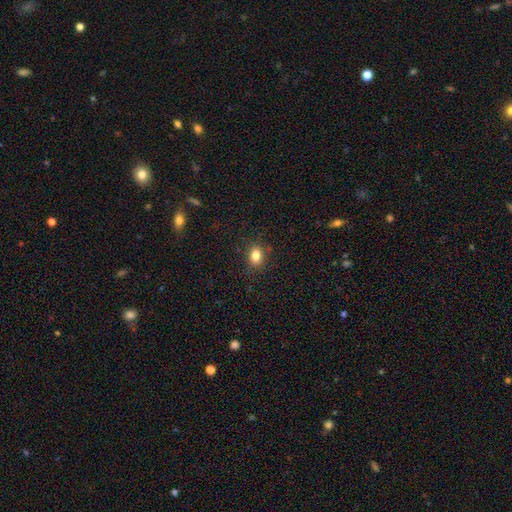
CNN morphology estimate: smooth_or_featured: smooth (p=0.83) [alt: star or artifact p=0.11]
how_rounded: in between (p=0.62) [alt: round p=0.36]
merging: none (p=0.85) [alt: minor disturbance p=0.11]